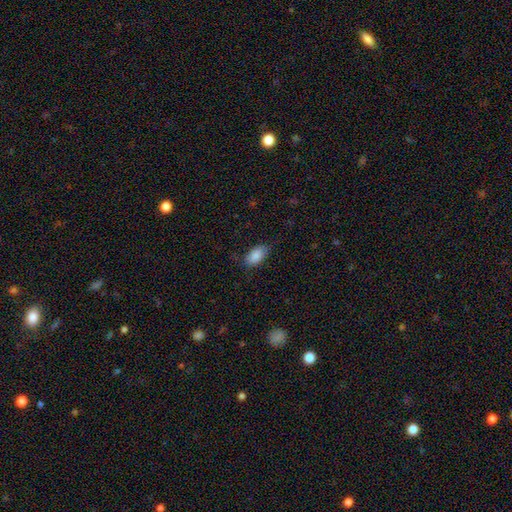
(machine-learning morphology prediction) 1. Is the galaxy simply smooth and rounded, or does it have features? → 87% smooth, 7% star or artifact, 6% featured or disk.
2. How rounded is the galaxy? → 94% in between, 4% round, 3% cigar-shaped.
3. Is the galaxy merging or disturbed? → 75% none, 19% minor disturbance, 4% major disturbance, 1% merger.